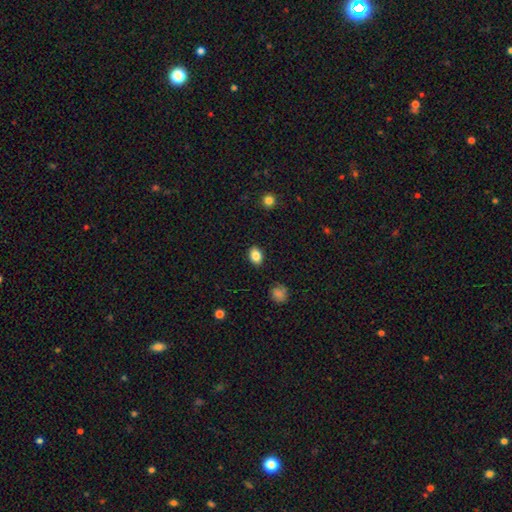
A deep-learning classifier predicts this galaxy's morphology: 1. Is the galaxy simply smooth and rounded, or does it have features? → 86% smooth, 9% star or artifact, 5% featured or disk.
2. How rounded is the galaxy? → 75% in between, 24% round, 1% cigar-shaped.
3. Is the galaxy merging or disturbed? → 88% none, 8% minor disturbance, 2% major disturbance, 1% merger.